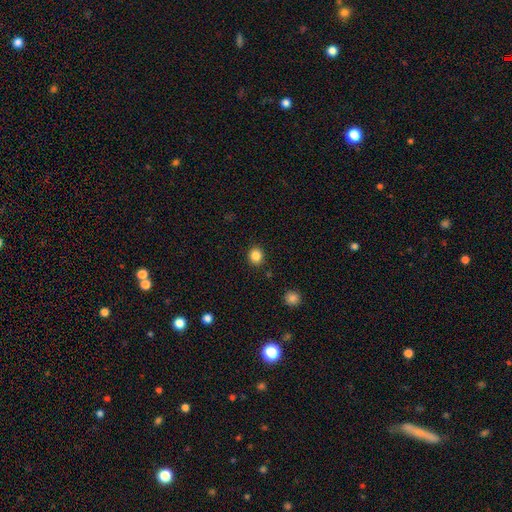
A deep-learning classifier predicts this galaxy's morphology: The model was most divided on "how rounded": round: 83%, in between: 16%, cigar-shaped: 1%. More confident: merging — none (90%); smooth or featured — smooth (85%).